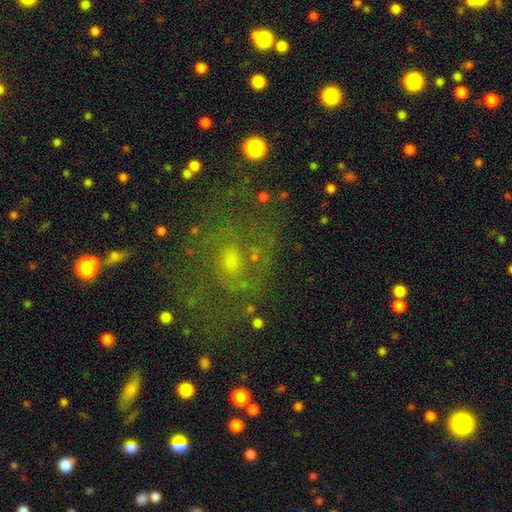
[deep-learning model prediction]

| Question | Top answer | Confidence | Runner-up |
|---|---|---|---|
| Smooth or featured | featured or disk | 61% | smooth (23%) |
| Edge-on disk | no | 97% | yes (3%) |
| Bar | no | 69% | weak (26%) |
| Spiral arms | yes | 72% | no (28%) |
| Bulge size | small | 43% | moderate (42%) |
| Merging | none | 63% | minor disturbance (18%) |